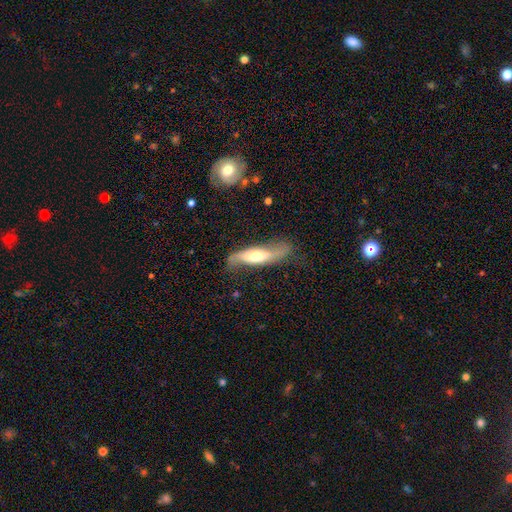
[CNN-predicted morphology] Q: Smooth or featured?
A: featured or disk (64%); runner-up: smooth (30%)
Q: Edge-on disk?
A: no (62%); runner-up: yes (38%)
Q: Merging?
A: none (59%); runner-up: minor disturbance (26%)